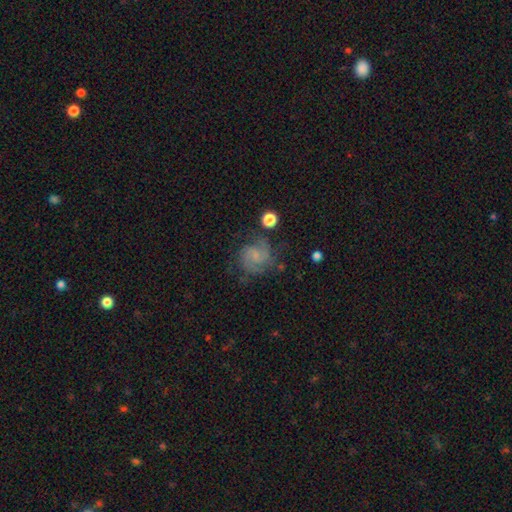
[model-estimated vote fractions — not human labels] Q: Smooth or featured?
A: featured or disk (75%); runner-up: smooth (17%)
Q: Edge-on disk?
A: no (98%); runner-up: yes (2%)
Q: Bar?
A: no (60%); runner-up: weak (34%)
Q: Spiral arms?
A: yes (95%); runner-up: no (5%)
Q: Spiral winding?
A: medium (45%); runner-up: tight (42%)
Q: Spiral arm count?
A: 2 (59%); runner-up: 3 (16%)
Q: Bulge size?
A: small (60%); runner-up: none (23%)
Q: Merging?
A: none (66%); runner-up: minor disturbance (19%)